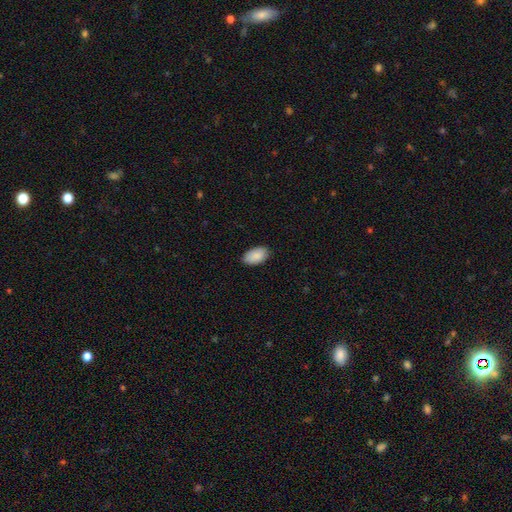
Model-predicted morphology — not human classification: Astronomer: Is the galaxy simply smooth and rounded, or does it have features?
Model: smooth — 90%.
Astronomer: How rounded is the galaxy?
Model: in between — 95%.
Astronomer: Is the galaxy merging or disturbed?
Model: none — 86%.